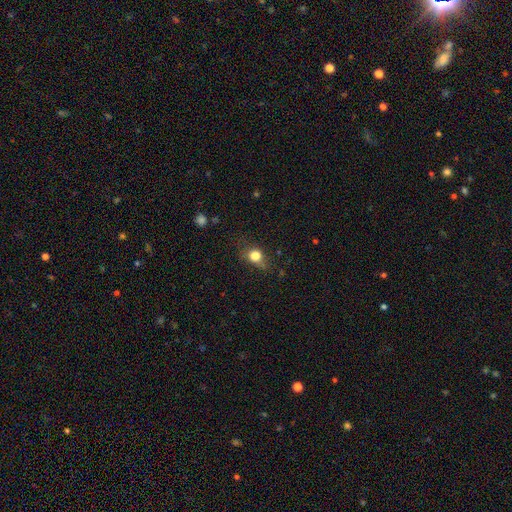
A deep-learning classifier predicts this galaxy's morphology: Overall: smooth (78%). How rounded: round (63%; in between 34%). Merging: none (55%; minor disturbance 28%).